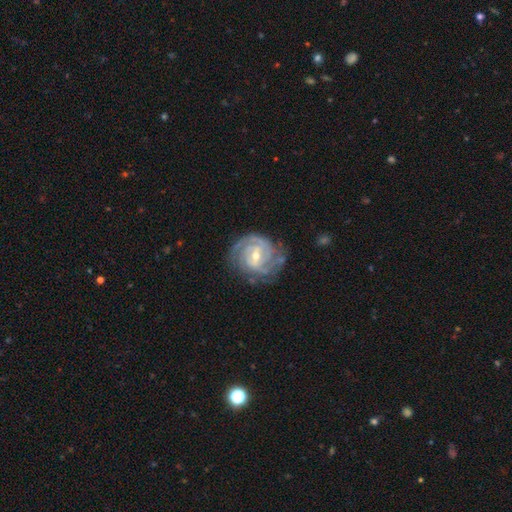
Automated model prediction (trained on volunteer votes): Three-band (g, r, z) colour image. It shows a featured or disk galaxy (91%) with a weak bar (55%), 2 (38%) tight (72%) spiral arms (98%) and a moderate central bulge (51%). Merging: none (75%).